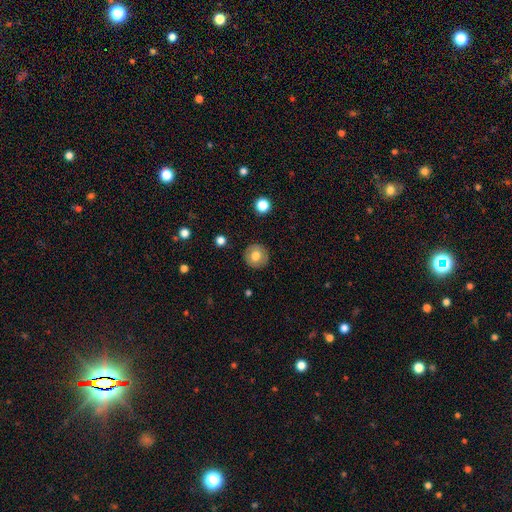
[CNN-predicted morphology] smooth_or_featured: smooth (p=0.76) [alt: featured or disk p=0.15]
how_rounded: round (p=0.93) [alt: in between p=0.06]
merging: none (p=0.90) [alt: minor disturbance p=0.07]